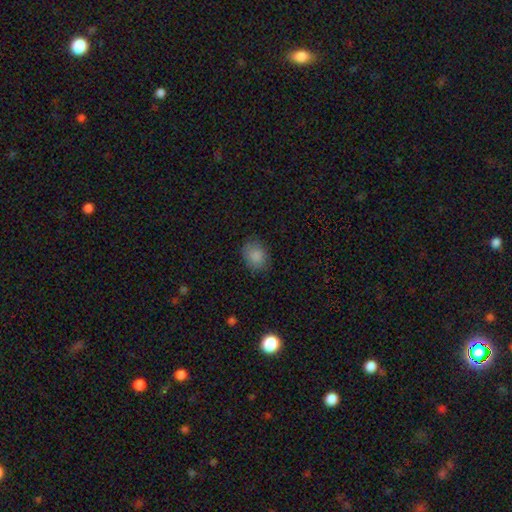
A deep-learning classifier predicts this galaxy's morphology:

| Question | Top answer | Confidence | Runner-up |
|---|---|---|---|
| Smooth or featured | smooth | 85% | star or artifact (9%) |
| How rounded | in between | 57% | round (42%) |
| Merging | none | 78% | minor disturbance (17%) |